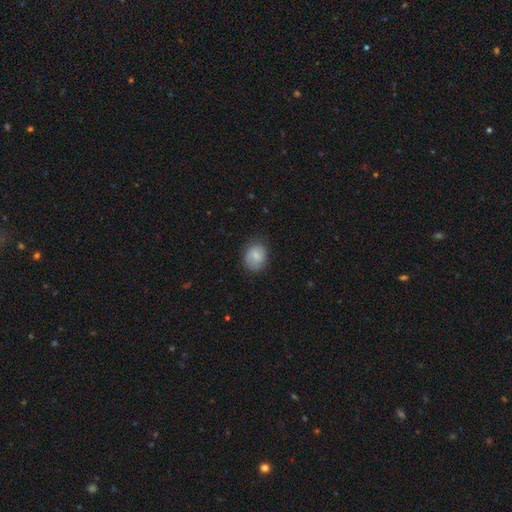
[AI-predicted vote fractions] Morphology: type=smooth (82%); roundness=round (60%); merging=none (78%).